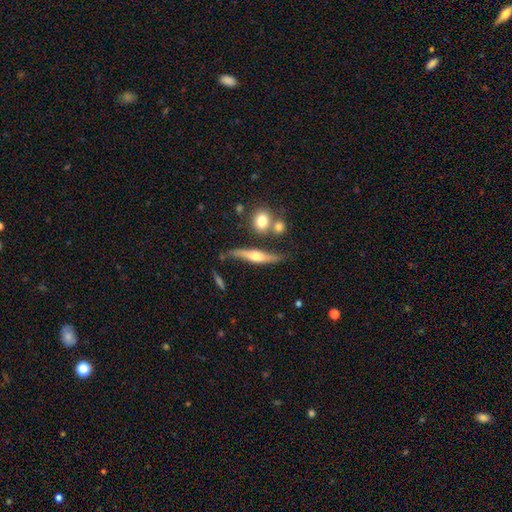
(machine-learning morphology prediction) Overall: featured or disk (63%; smooth 31%). Edge-on disk: yes (88%). Edge-on bulge: rounded (90%). Merging: none (67%).